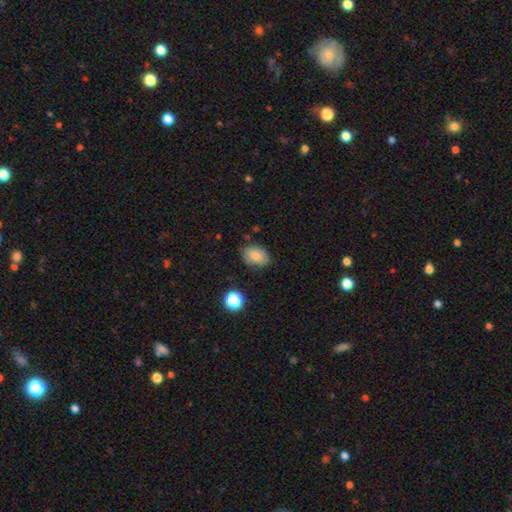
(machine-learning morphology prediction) A smooth galaxy with no disk features (83%) that is in between round and cigar-shaped (78%). Merging: none (78%).